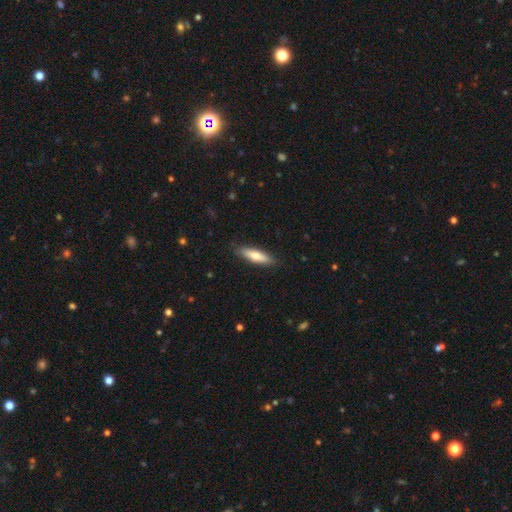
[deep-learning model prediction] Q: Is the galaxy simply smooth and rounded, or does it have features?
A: smooth — 73%.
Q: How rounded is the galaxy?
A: cigar-shaped — 66%.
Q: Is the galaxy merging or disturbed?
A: none — 88%.